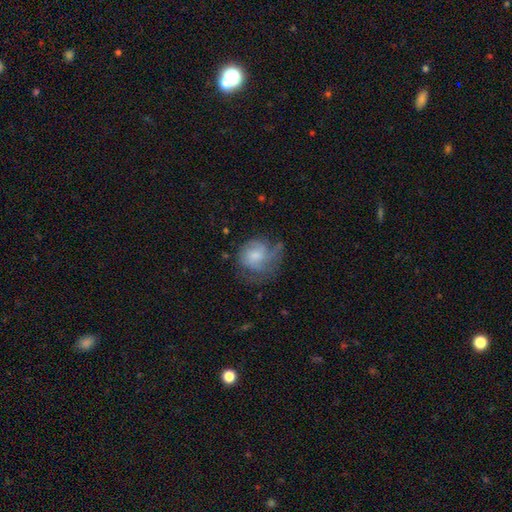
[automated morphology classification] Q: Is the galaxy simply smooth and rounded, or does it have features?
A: featured or disk — 53%.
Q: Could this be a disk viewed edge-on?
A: no — 98%.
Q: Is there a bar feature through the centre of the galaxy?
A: no — 67%.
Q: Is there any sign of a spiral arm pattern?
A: yes — 80%.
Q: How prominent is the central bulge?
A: moderate — 39%.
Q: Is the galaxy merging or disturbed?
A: none — 42%.